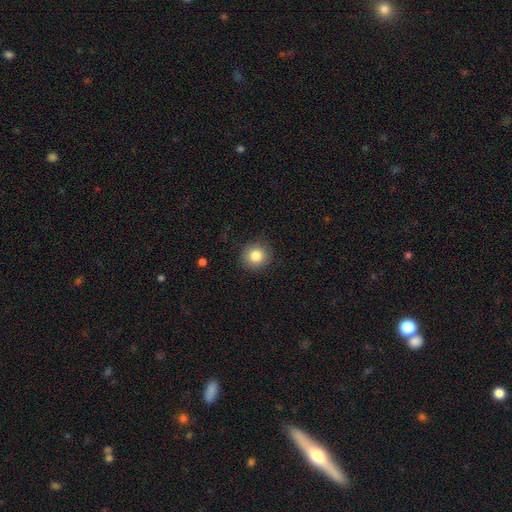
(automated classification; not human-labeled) This is clearly a smooth galaxy (84%). How rounded: clearly round (92%). Merging: clearly none (89%).